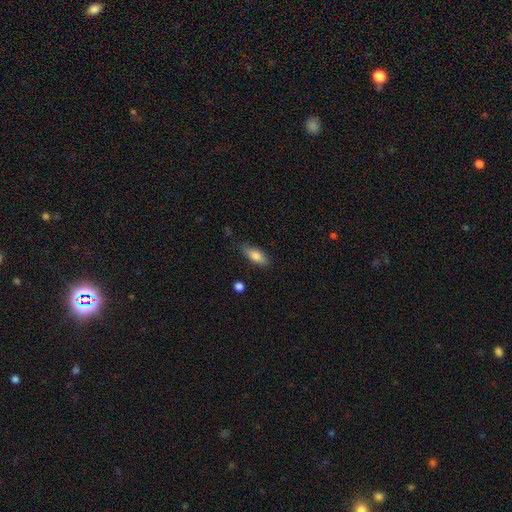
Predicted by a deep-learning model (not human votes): This is clearly a smooth galaxy (80%). How rounded: likely in between (75%). Merging: likely none (76%).